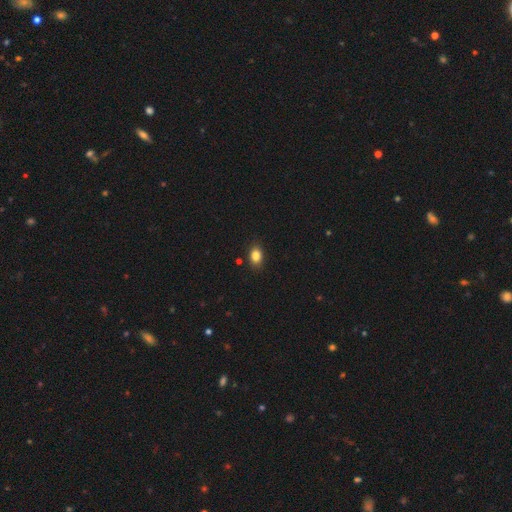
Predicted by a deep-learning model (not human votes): The model was most divided on "how rounded": in between: 75%, round: 23%, cigar-shaped: 1%. More confident: merging — none (87%); smooth or featured — smooth (84%).